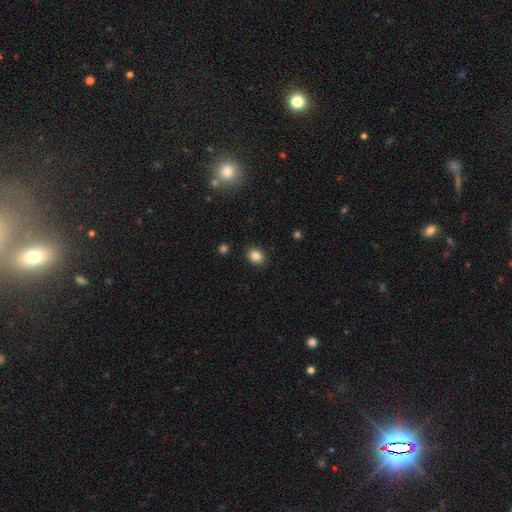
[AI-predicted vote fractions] Overall: smooth (86%). How rounded: in between (51%; round 48%). Merging: none (89%).